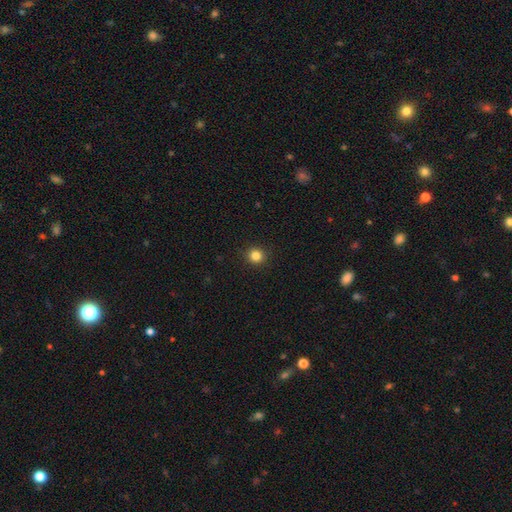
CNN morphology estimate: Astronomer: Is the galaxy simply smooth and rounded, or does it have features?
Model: smooth — 84%.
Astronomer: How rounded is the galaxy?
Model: round — 92%.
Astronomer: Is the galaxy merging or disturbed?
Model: none — 92%.